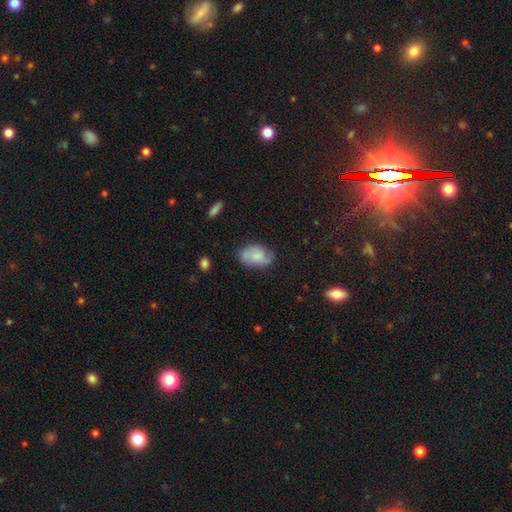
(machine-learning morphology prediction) This appears to be a smooth galaxy with no disk features (64%) that is in between round and cigar-shaped (88%). Merging: none (62%).